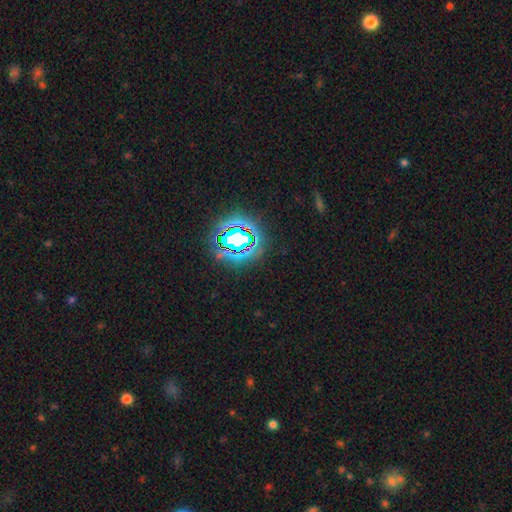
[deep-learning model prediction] A star or artifact, not a galaxy (80%).

Vote fractions:
- Smooth or featured? star or artifact: 80% / smooth: 13% / featured or disk: 7%